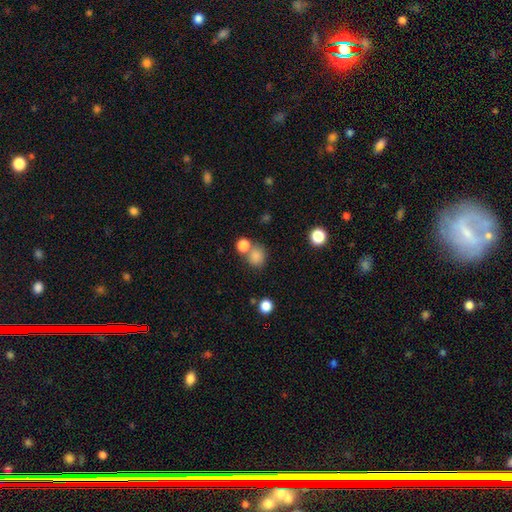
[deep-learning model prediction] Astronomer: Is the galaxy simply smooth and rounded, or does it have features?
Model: smooth — 82%.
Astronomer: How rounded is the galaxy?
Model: round — 81%.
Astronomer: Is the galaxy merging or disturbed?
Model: none — 61%.